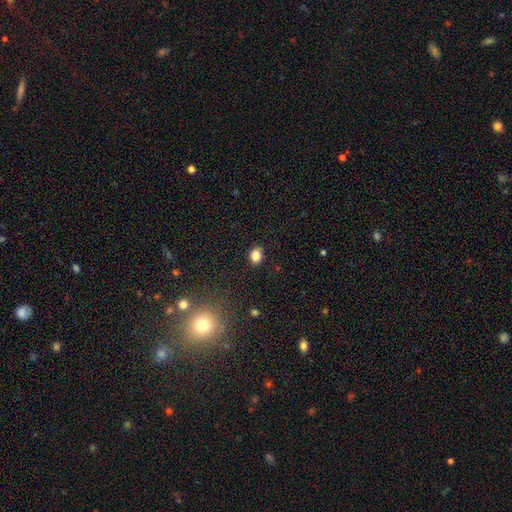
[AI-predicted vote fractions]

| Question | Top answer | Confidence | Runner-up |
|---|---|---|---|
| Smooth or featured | smooth | 83% | star or artifact (11%) |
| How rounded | in between | 56% | round (43%) |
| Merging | none | 86% | minor disturbance (10%) |